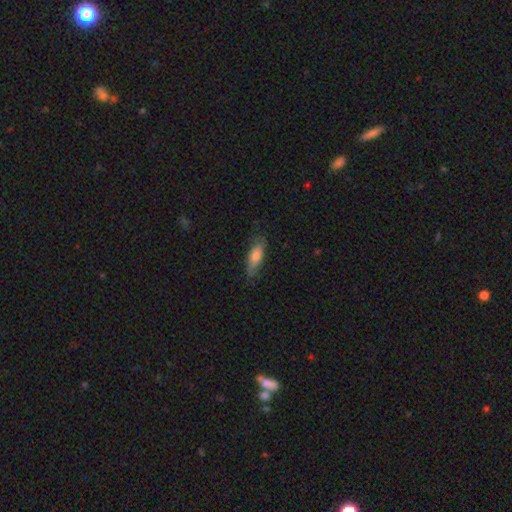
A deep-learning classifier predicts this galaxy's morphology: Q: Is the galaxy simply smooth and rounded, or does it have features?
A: smooth — 71%.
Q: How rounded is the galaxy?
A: in between — 50%.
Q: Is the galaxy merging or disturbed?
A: none — 74%.